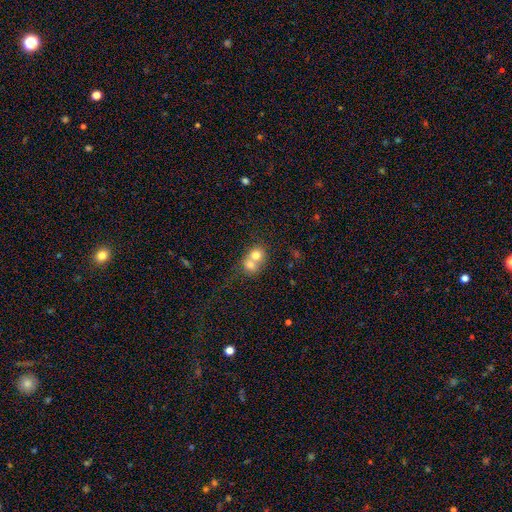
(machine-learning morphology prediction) Q: Smooth or featured?
A: smooth (70%); runner-up: featured or disk (19%)
Q: How rounded?
A: round (72%); runner-up: in between (27%)
Q: Merging?
A: merger (71%); runner-up: none (22%)